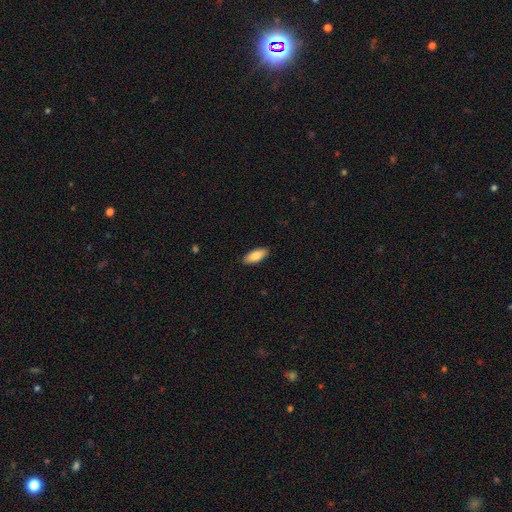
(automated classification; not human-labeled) This is clearly a smooth galaxy (84%). How rounded: clearly in between (82%). Merging: clearly none (90%).